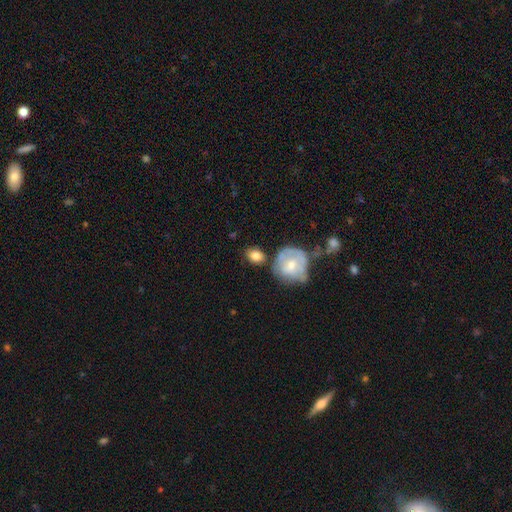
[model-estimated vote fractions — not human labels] This is likely a smooth galaxy (78%). How rounded: possibly in between (51%). Merging: likely none (60%).